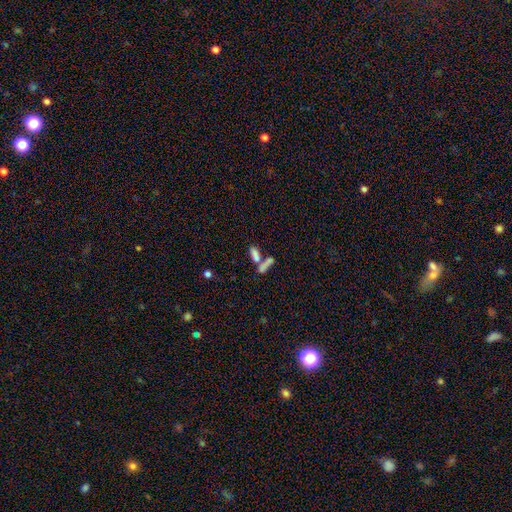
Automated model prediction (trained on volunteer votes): A smooth galaxy with no disk features (75%) that is in between round and cigar-shaped (55%). Merging: merger (55%).